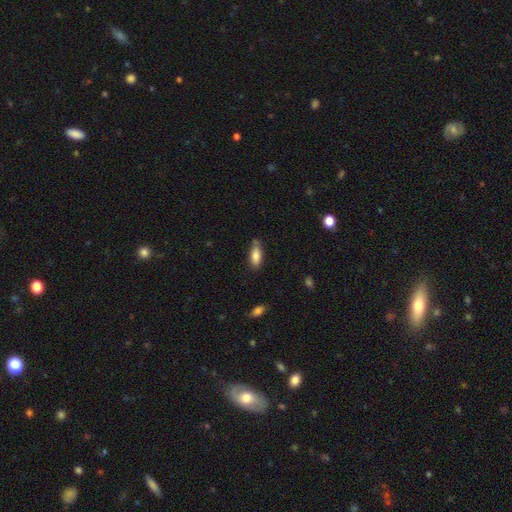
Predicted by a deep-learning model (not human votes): This appears to be a smooth galaxy with no disk features (81%) that is in between round and cigar-shaped (74%). Merging: none (68%).